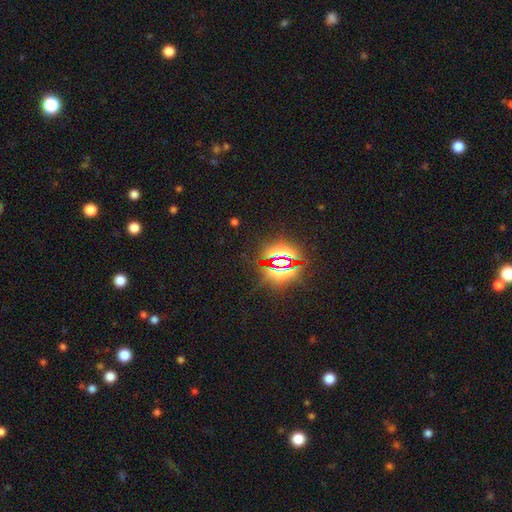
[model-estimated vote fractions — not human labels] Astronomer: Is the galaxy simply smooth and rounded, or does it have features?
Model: star or artifact — 83%.